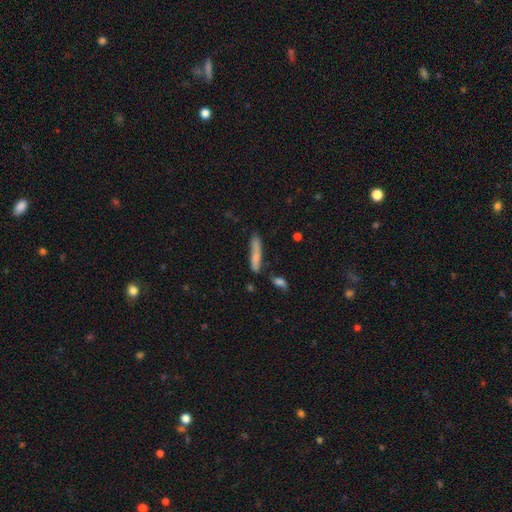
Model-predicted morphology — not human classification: This appears to be a smooth galaxy with no disk features (74%) that is cigar-shaped (89%). Merging: none (69%).